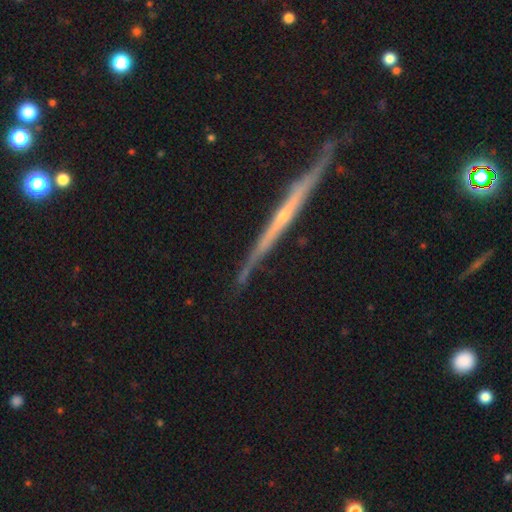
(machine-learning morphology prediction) Smooth or featured? featured or disk (78%)
Edge-on disk? yes (97%)
Edge-on bulge? none (51%)
Merging? none (86%)